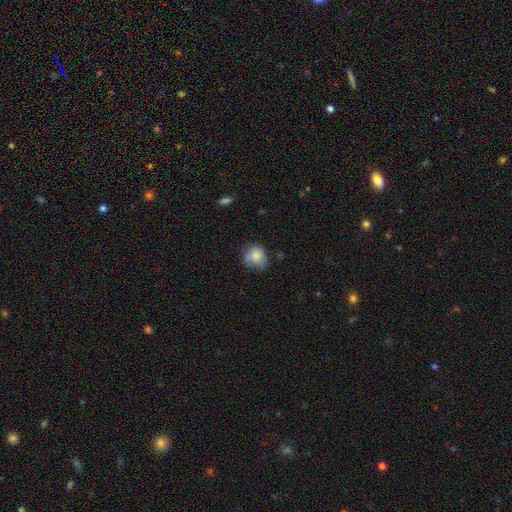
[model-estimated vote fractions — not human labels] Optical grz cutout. It shows a smooth galaxy with no disk features (78%) that is round (70%). Merging: none (58%).